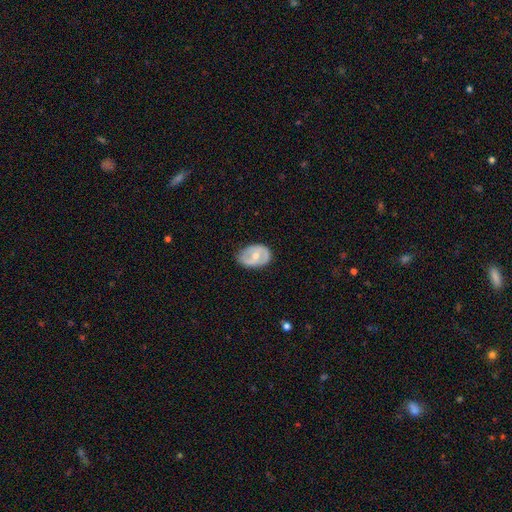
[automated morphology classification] This appears to be a featured or disk galaxy (56%) with no bar (46%), spiral arms (56%) and a moderate central bulge (63%). Merging: none (73%).